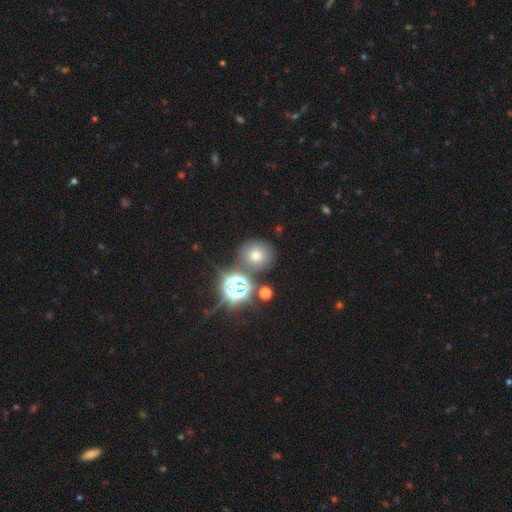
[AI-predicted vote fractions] Smooth or featured: smooth — 60% (star or artifact — 28%)
How rounded: round — 87% (in between — 12%)
Merging: none — 76% (minor disturbance — 10%)